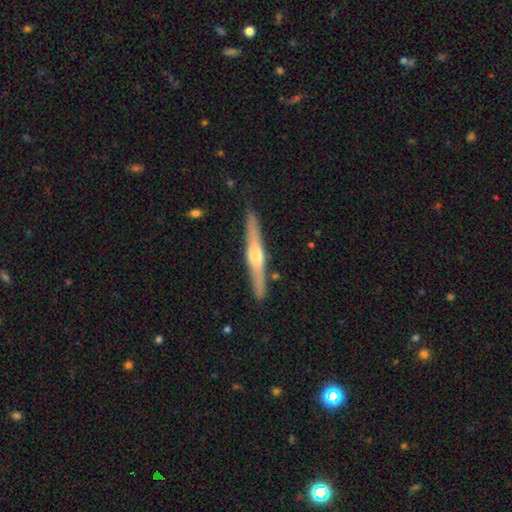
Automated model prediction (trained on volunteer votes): featured or disk 71%, smooth 24%, star or artifact 5%. Down the decision tree: edge-on disk — yes (97%); edge-on bulge — rounded (89%); merging — none (88%).